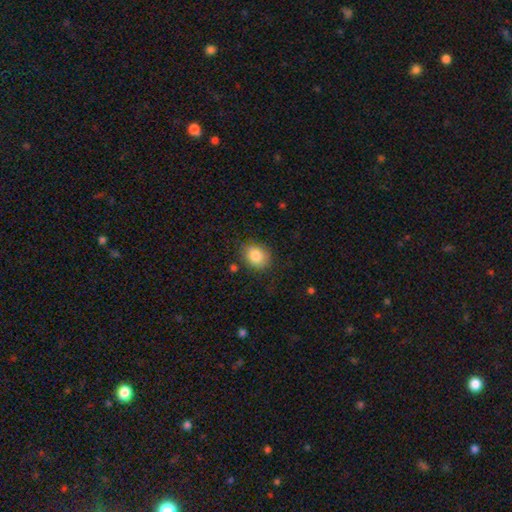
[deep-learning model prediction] Smooth or featured? Predicted: smooth (p=0.85). How rounded? Predicted: round (p=0.56). Merging? Predicted: none (p=0.81).